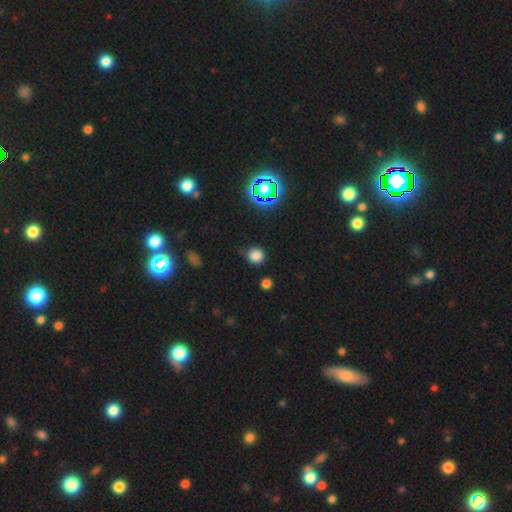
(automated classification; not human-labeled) Smooth or featured: smooth — 76% (star or artifact — 18%)
How rounded: round — 90% (in between — 9%)
Merging: none — 81% (minor disturbance — 12%)